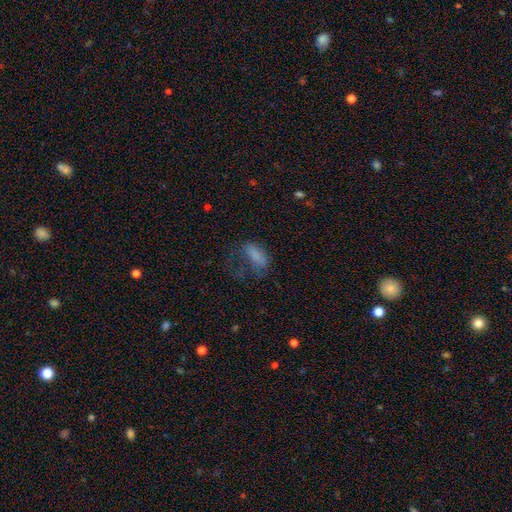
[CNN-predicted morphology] A smooth galaxy with no disk features (68%) that is in between round and cigar-shaped (79%). Merging: major disturbance (49%).